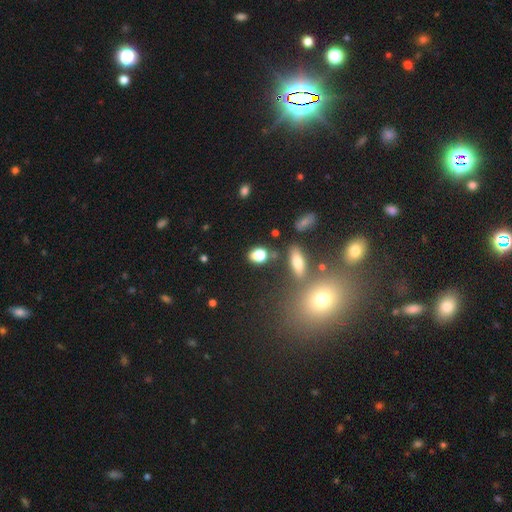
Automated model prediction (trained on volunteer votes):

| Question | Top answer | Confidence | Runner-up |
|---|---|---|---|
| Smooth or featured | smooth | 77% | star or artifact (13%) |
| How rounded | in between | 69% | round (27%) |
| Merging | none | 69% | minor disturbance (15%) |